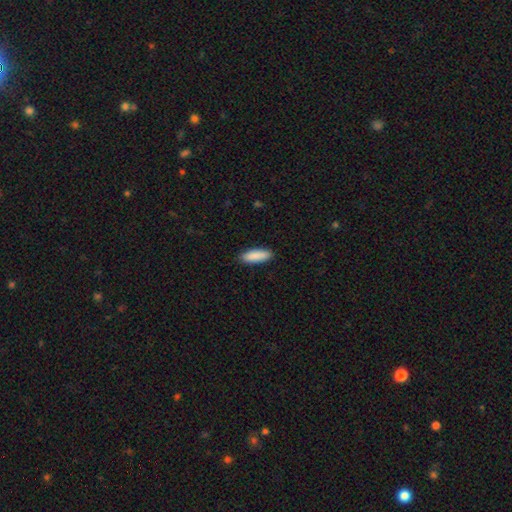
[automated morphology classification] Overall: smooth (90%). How rounded: in between (55%; cigar-shaped 43%). Merging: none (89%).